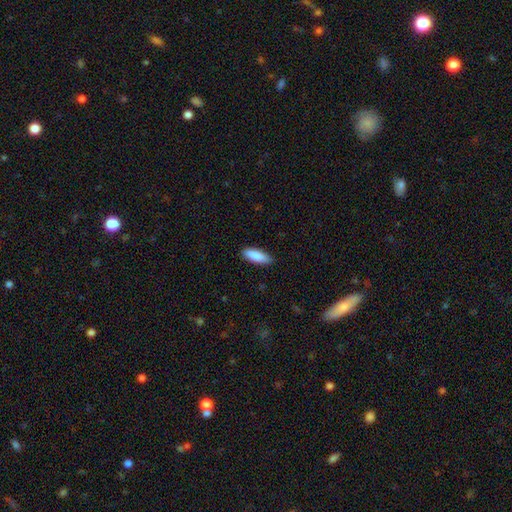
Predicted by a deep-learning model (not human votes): The model was most divided on "how rounded": in between: 61%, cigar-shaped: 38%, round: 2%. More confident: smooth or featured — smooth (88%); merging — none (86%).